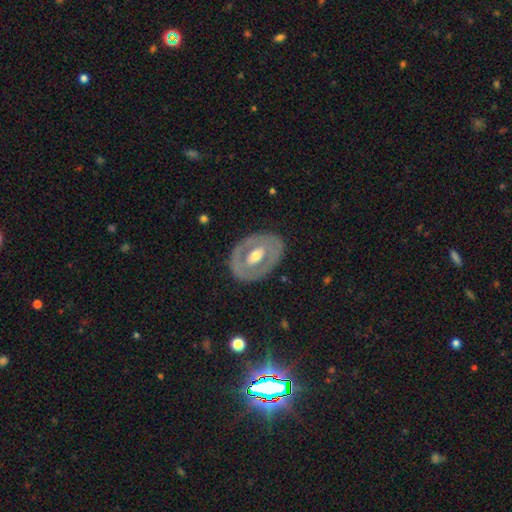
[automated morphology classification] Smooth or featured?
  - featured or disk: 66% *
  - smooth: 28%
  - star or artifact: 6%
Edge-on disk?
  - no: 92% *
  - yes: 8%
Bar?
  - no: 52% *
  - weak: 29%
  - strong: 18%
Spiral arms?
  - no: 82% *
  - yes: 18%
Bulge size?
  - moderate: 72% *
  - small: 17%
  - large: 9%
  - none: 1%
  - dominant: 1%
Merging?
  - none: 80% *
  - minor disturbance: 13%
  - major disturbance: 5%
  - merger: 1%